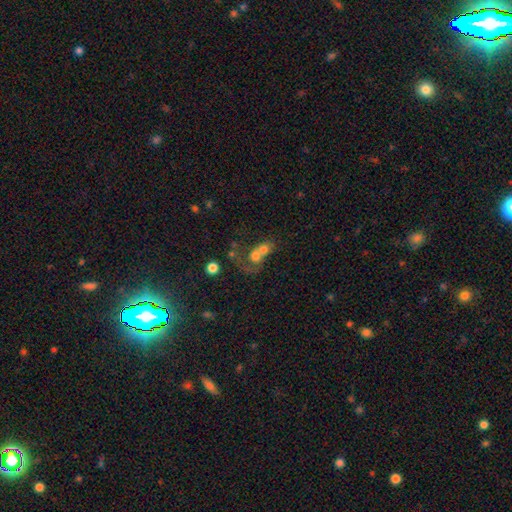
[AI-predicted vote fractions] A smooth galaxy with no disk features (60%) that is round (60%).

Vote fractions:
- Smooth or featured? smooth: 60% / featured or disk: 27% / star or artifact: 12%
- How rounded? round: 60% / in between: 38% / cigar-shaped: 2%
- Merging? merger: 73% / none: 13% / major disturbance: 9% / minor disturbance: 5%